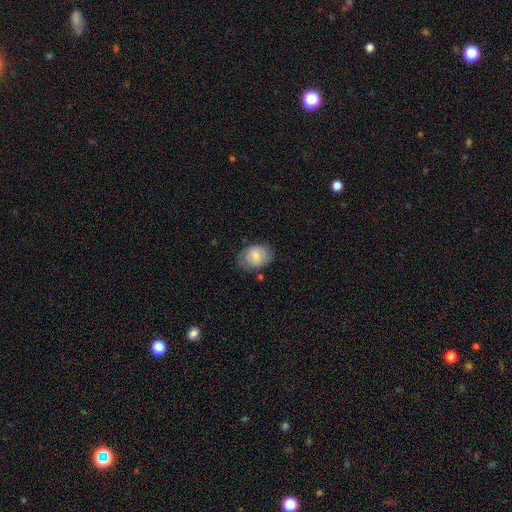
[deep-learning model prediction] A smooth galaxy with no disk features (71%) that is in between round and cigar-shaped (78%).

Vote fractions:
- Smooth or featured? smooth: 71% / featured or disk: 23% / star or artifact: 7%
- How rounded? in between: 78% / round: 21% / cigar-shaped: 1%
- Merging? none: 71% / minor disturbance: 20% / major disturbance: 6% / merger: 2%